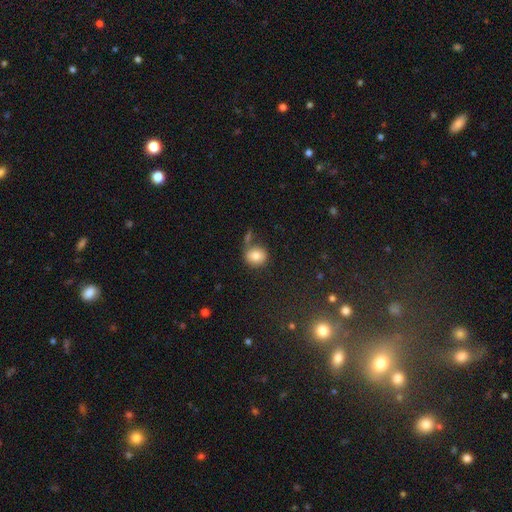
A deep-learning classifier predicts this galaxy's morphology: Smooth or featured: smooth — 81% (star or artifact — 9%)
How rounded: round — 79% (in between — 20%)
Merging: none — 62% (merger — 16%)